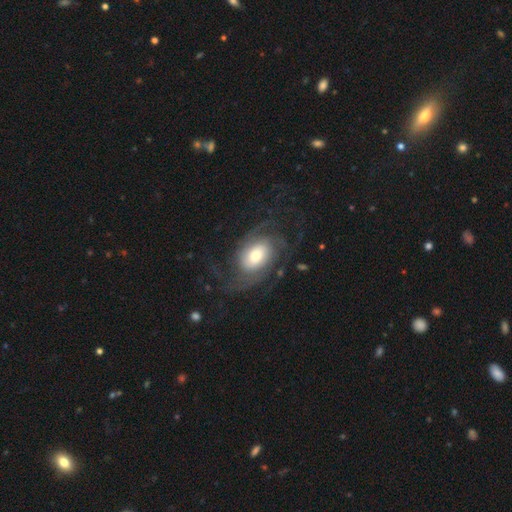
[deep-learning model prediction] A featured or disk galaxy (82%) with no bar (60%), 2 (45%) medium (42%) spiral arms (94%) and a moderate central bulge (49%). Merging: none (63%).